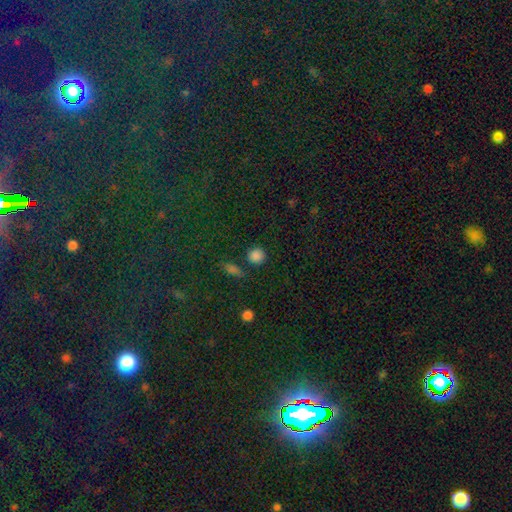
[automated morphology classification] Q: Smooth or featured?
A: smooth (81%); runner-up: star or artifact (15%)
Q: How rounded?
A: round (91%); runner-up: in between (8%)
Q: Merging?
A: none (84%); runner-up: minor disturbance (9%)